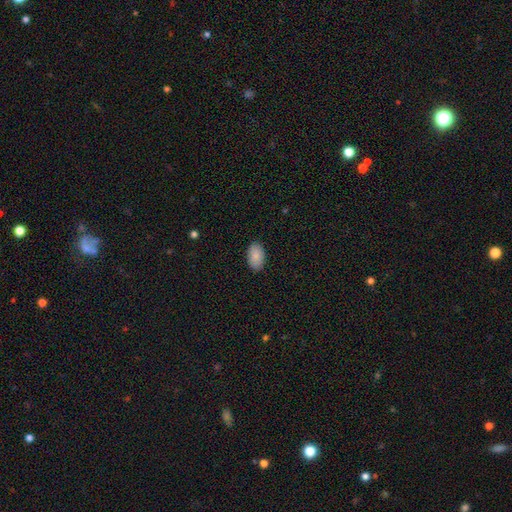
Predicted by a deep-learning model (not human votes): A smooth galaxy with no disk features (89%) that is in between round and cigar-shaped (94%).

Vote fractions:
- Smooth or featured? smooth: 89% / star or artifact: 7% / featured or disk: 5%
- How rounded? in between: 94% / round: 5% / cigar-shaped: 1%
- Merging? none: 89% / minor disturbance: 9% / major disturbance: 2% / merger: 1%